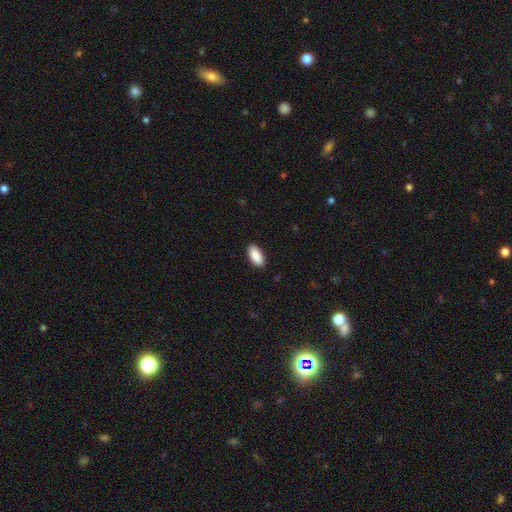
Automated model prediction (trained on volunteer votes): This is clearly a smooth galaxy (90%). How rounded: clearly in between (93%). Merging: clearly none (90%).